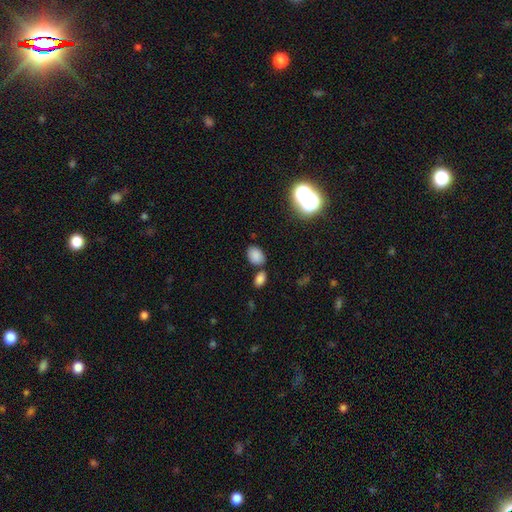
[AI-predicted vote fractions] smooth_or_featured: smooth (p=0.81) [alt: star or artifact p=0.13]
how_rounded: in between (p=0.80) [alt: round p=0.18]
merging: none (p=0.69) [alt: minor disturbance p=0.14]